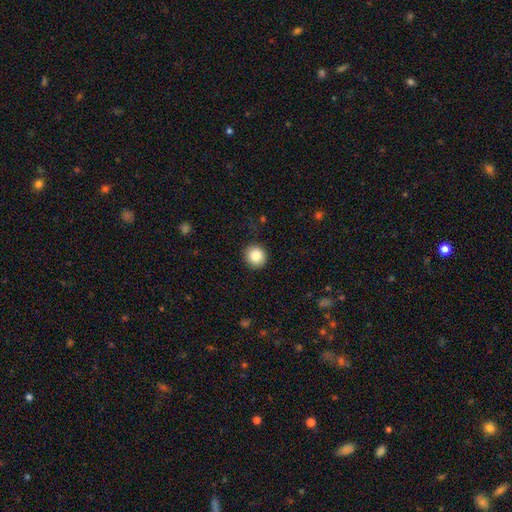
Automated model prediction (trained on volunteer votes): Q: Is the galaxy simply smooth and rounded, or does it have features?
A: smooth — 84%.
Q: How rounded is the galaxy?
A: round — 91%.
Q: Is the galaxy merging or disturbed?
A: none — 90%.